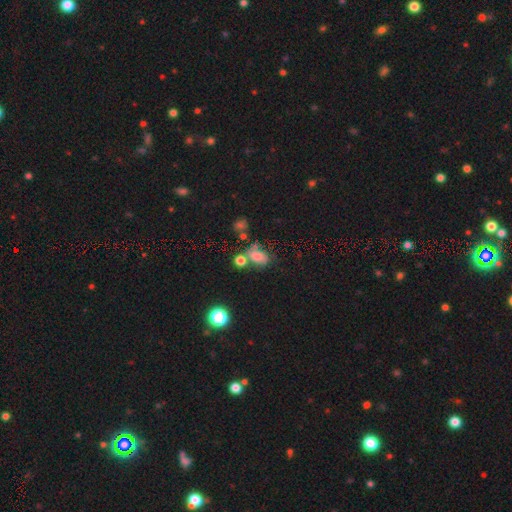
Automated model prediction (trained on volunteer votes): Smooth or featured? smooth (70%)
How rounded? in between (79%)
Merging? none (46%)